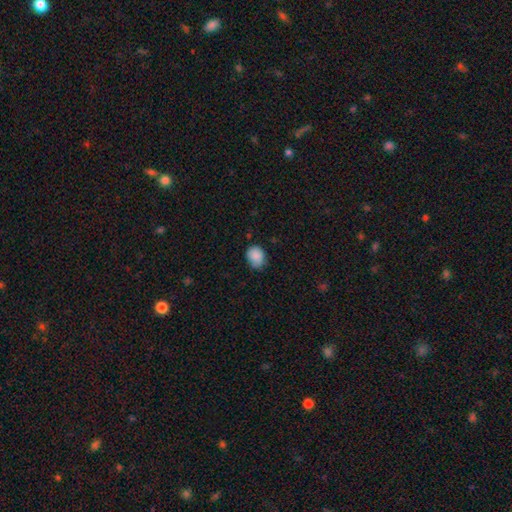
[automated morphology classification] smooth 88%, star or artifact 8%, featured or disk 4%. Down the decision tree: how rounded — round (52%); merging — none (70%).